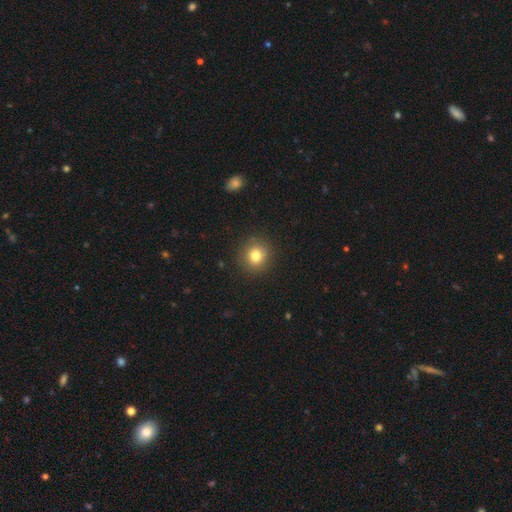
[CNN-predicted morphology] Q: Smooth or featured?
A: smooth (80%); runner-up: star or artifact (12%)
Q: How rounded?
A: round (90%); runner-up: in between (10%)
Q: Merging?
A: none (90%); runner-up: minor disturbance (7%)